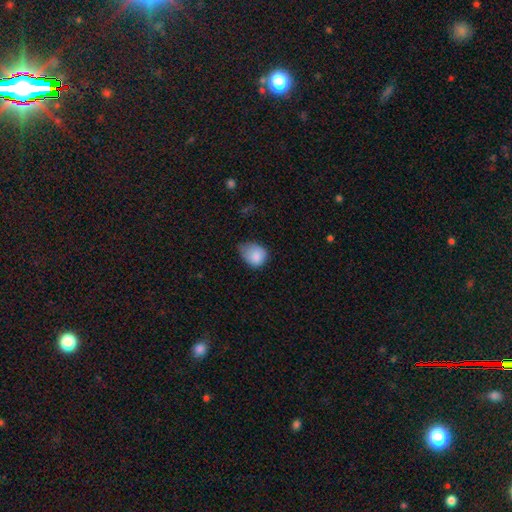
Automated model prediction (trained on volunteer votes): Smooth or featured: smooth — 84% (star or artifact — 8%)
How rounded: round — 52% (in between — 47%)
Merging: minor disturbance — 49% (none — 30%)